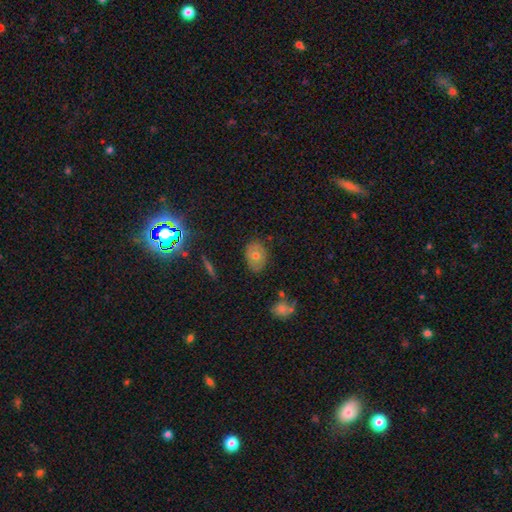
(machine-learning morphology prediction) Overall: smooth (58%; featured or disk 28%). How rounded: in between (62%; round 37%). Merging: none (78%).